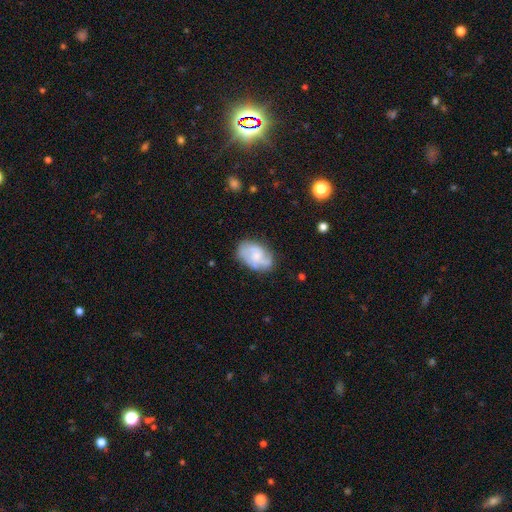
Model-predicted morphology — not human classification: A featured or disk galaxy (63%) with no bar (64%), 2 (47%) medium (46%) spiral arms (89%) and a small central bulge (45%). Merging: none (70%).